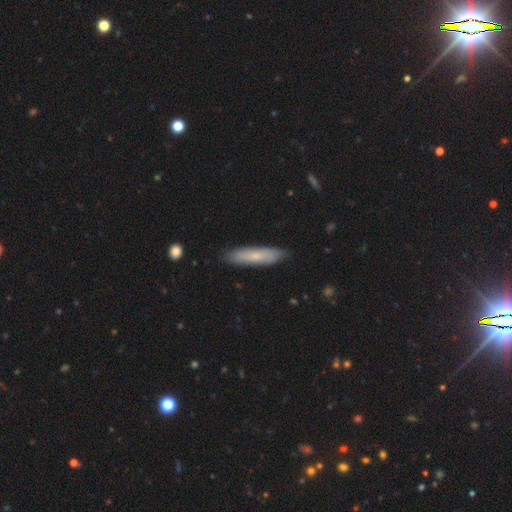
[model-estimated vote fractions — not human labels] Q: Smooth or featured?
A: smooth (68%); runner-up: featured or disk (26%)
Q: How rounded?
A: cigar-shaped (77%); runner-up: in between (21%)
Q: Merging?
A: none (86%); runner-up: minor disturbance (11%)